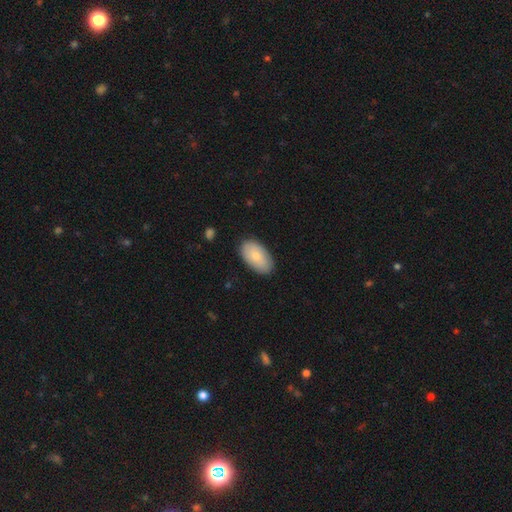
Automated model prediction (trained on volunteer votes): Smooth or featured? smooth (77%)
How rounded? in between (95%)
Merging? none (86%)